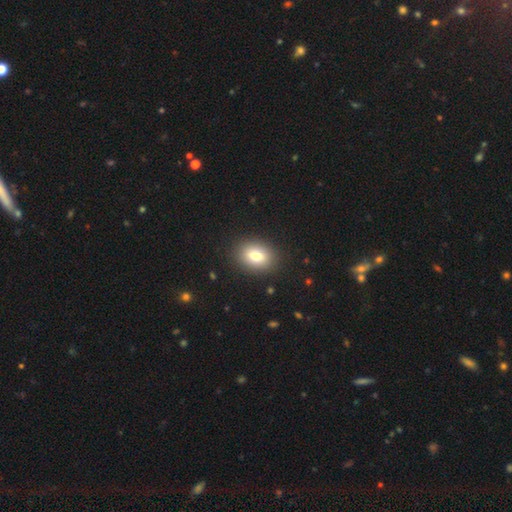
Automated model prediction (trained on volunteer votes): Smooth or featured: smooth — 75% (featured or disk — 15%)
How rounded: in between — 64% (round — 35%)
Merging: none — 89% (minor disturbance — 8%)